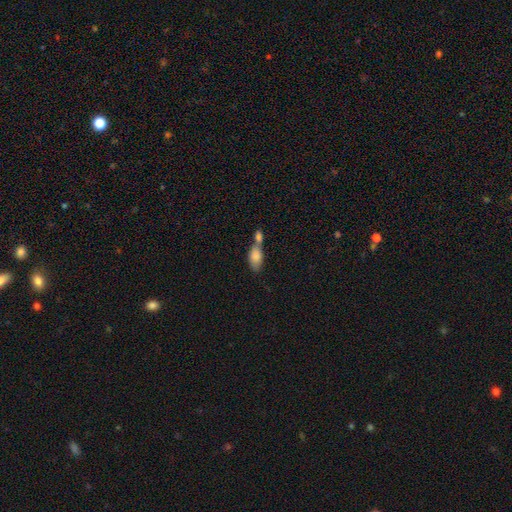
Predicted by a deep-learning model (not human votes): smooth-or-featured: smooth: 80% | featured or disk: 12% | star or artifact: 7%
  how-rounded: in between: 85% | cigar-shaped: 10% | round: 5%
  merging: merger: 67% | none: 20% | minor disturbance: 8% | major disturbance: 5%